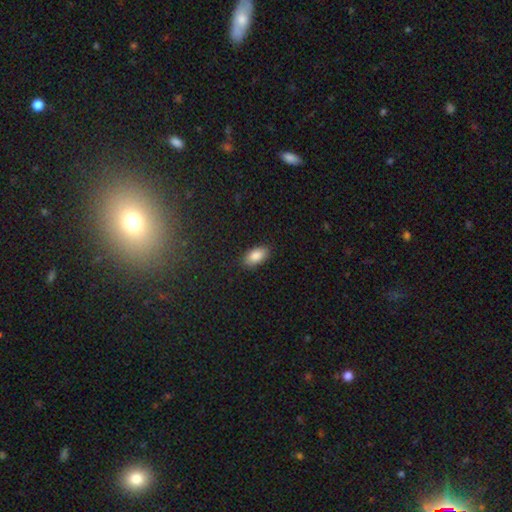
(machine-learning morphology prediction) Overall: smooth (87%). How rounded: in between (93%). Merging: none (87%).